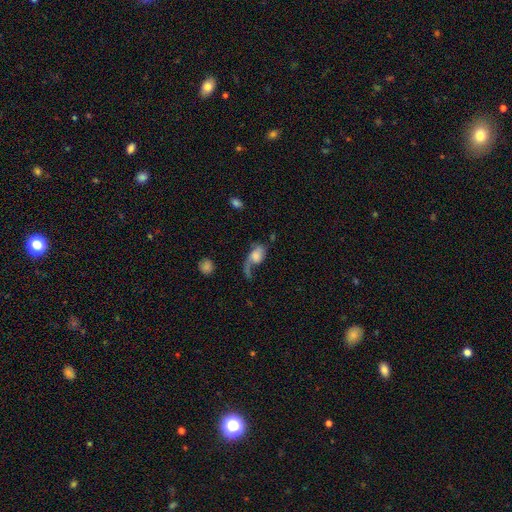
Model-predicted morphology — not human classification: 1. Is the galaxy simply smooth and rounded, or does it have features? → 53% featured or disk, 38% smooth, 9% star or artifact.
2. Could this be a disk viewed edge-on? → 94% no, 6% yes.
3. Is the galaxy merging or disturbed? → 45% major disturbance, 28% none, 18% minor disturbance, 9% merger.